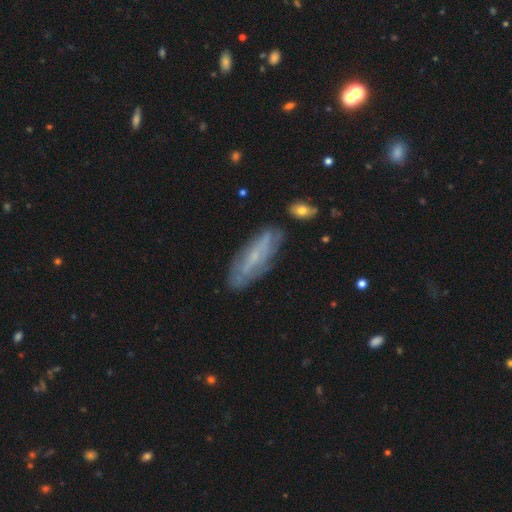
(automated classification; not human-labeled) Smooth or featured?
  - featured or disk: 57% *
  - smooth: 35%
  - star or artifact: 9%
Edge-on disk?
  - no: 69% *
  - yes: 31%
Merging?
  - none: 76% *
  - minor disturbance: 16%
  - major disturbance: 5%
  - merger: 3%